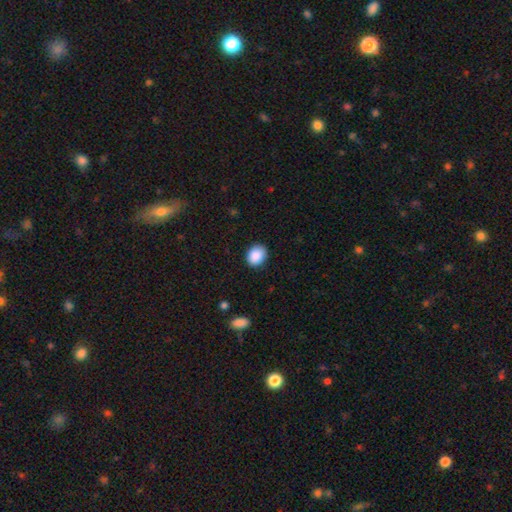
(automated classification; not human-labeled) This appears to be a smooth galaxy with no disk features (89%) that is in between round and cigar-shaped (53%). Merging: none (87%).